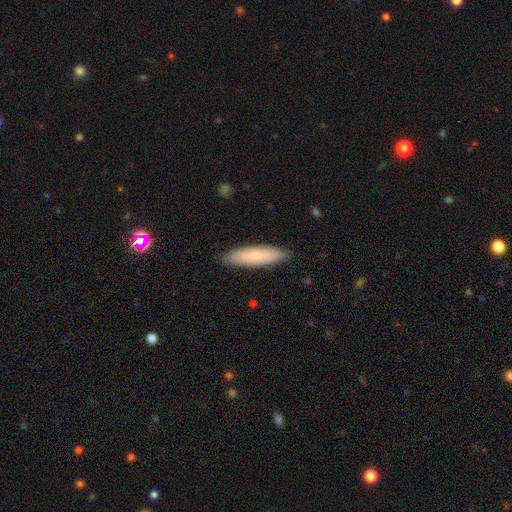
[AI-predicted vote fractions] smooth 75%, featured or disk 20%, star or artifact 6%. Down the decision tree: how rounded — cigar-shaped (73%); merging — none (89%).